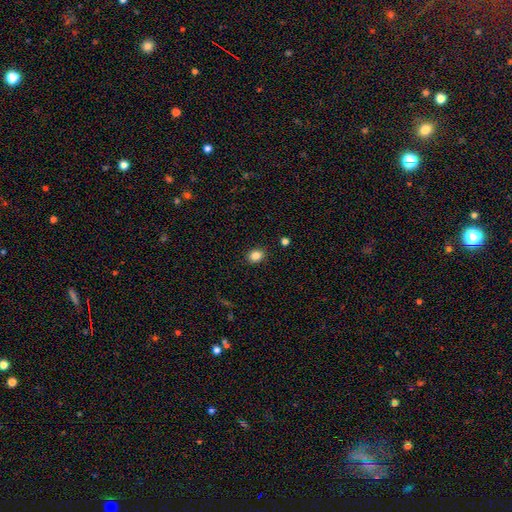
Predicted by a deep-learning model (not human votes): Smooth or featured: smooth — 85% (star or artifact — 10%)
How rounded: in between — 56% (round — 43%)
Merging: none — 88% (minor disturbance — 8%)